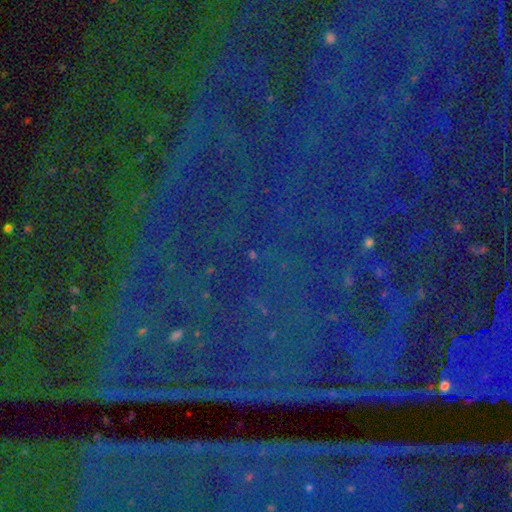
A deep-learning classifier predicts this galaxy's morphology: This is clearly a star or artifact rather than a galaxy (86%).